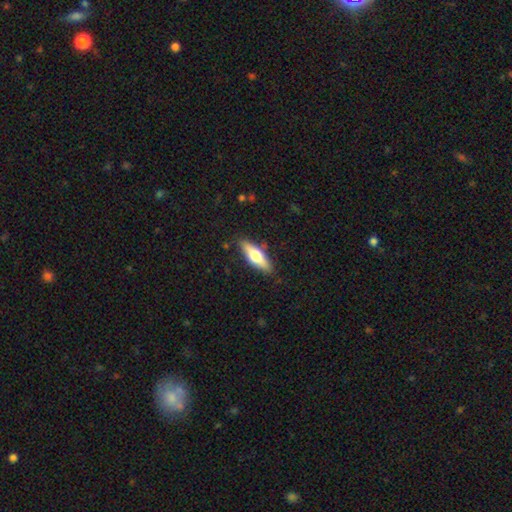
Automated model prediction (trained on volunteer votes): Smooth or featured?
  - smooth: 54% *
  - featured or disk: 40%
  - star or artifact: 6%
How rounded?
  - in between: 53% *
  - cigar-shaped: 44%
  - round: 3%
Merging?
  - none: 86% *
  - minor disturbance: 11%
  - major disturbance: 2%
  - merger: 1%